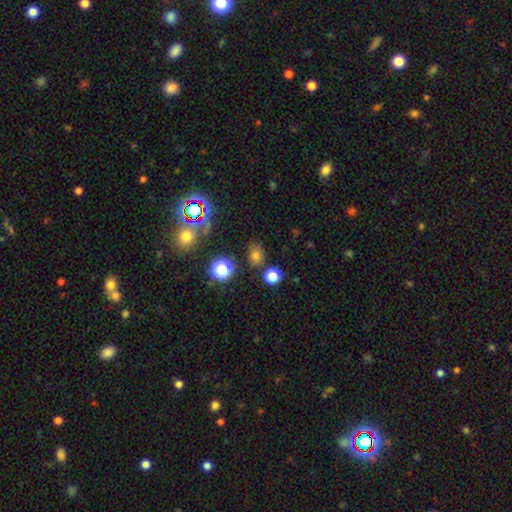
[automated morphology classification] Smooth or featured?
  - smooth: 69% *
  - star or artifact: 24%
  - featured or disk: 7%
How rounded?
  - round: 51% *
  - in between: 47%
  - cigar-shaped: 1%
Merging?
  - none: 77% *
  - minor disturbance: 13%
  - merger: 7%
  - major disturbance: 4%